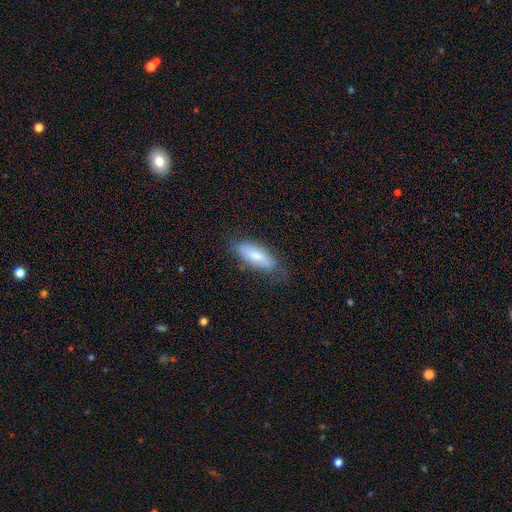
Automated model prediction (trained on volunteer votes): A smooth galaxy with no disk features (71%) that is in between round and cigar-shaped (69%).

Vote fractions:
- Smooth or featured? smooth: 71% / featured or disk: 22% / star or artifact: 6%
- How rounded? in between: 69% / cigar-shaped: 29% / round: 2%
- Merging? none: 63% / minor disturbance: 27% / major disturbance: 8% / merger: 1%